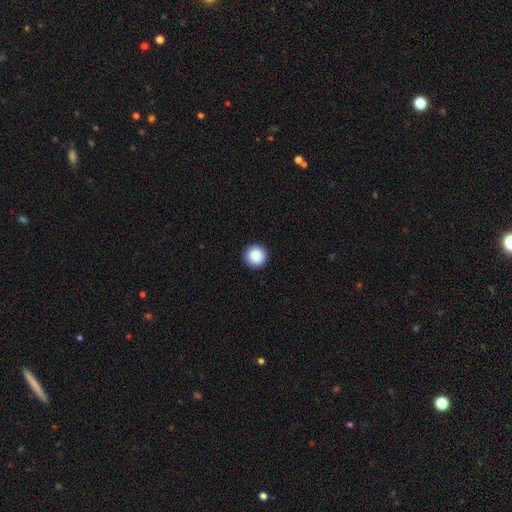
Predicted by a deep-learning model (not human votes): The model was most divided on "smooth or featured": smooth: 89%, star or artifact: 8%, featured or disk: 3%. More confident: how rounded — round (96%); merging — none (93%).